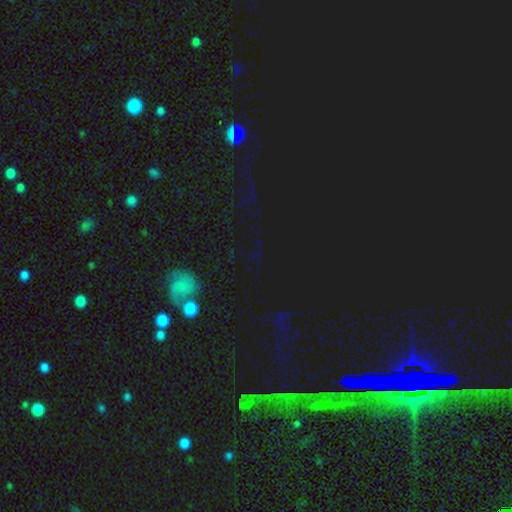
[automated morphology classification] Q: Smooth or featured?
A: star or artifact (66%); runner-up: smooth (21%)